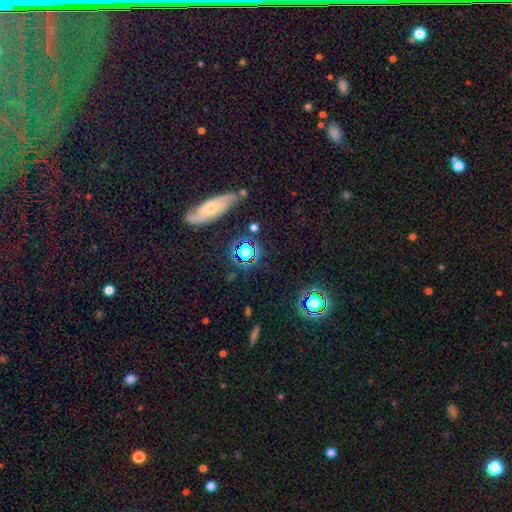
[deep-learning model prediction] smooth-or-featured: star or artifact: 36% | smooth: 35% | featured or disk: 30%